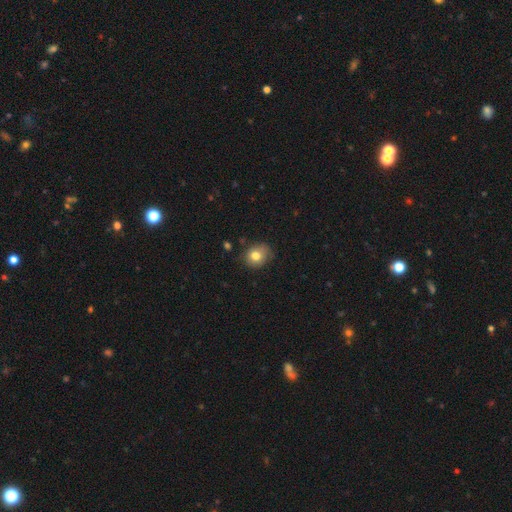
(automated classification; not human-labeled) Smooth or featured?
  - smooth: 78% *
  - featured or disk: 12%
  - star or artifact: 10%
How rounded?
  - round: 63% *
  - in between: 37%
  - cigar-shaped: 1%
Merging?
  - none: 74% *
  - minor disturbance: 20%
  - major disturbance: 4%
  - merger: 2%